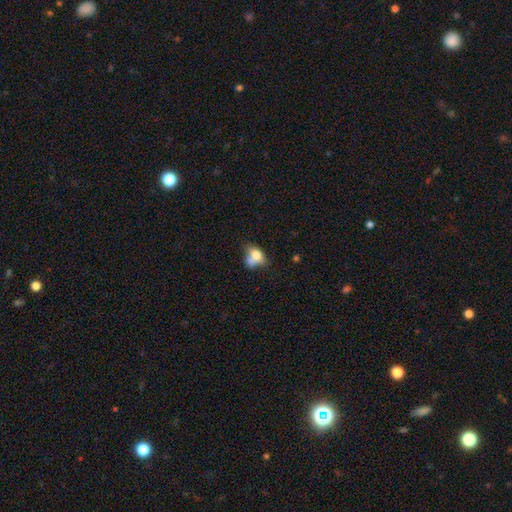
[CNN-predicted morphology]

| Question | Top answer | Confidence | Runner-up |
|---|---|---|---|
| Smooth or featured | smooth | 71% | featured or disk (19%) |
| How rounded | in between | 68% | round (30%) |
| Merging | merger | 40% | none (27%) |